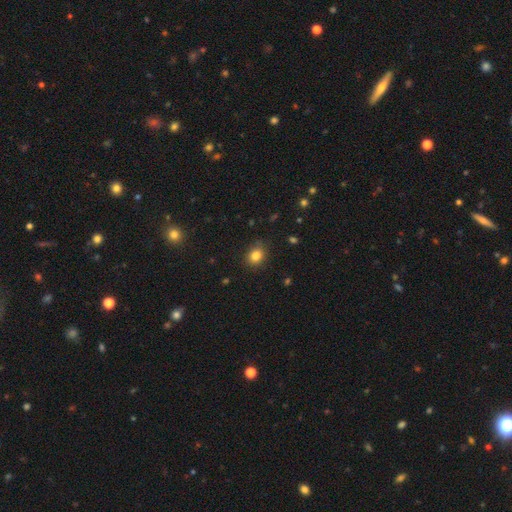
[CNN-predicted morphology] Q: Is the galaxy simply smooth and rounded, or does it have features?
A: smooth — 83%.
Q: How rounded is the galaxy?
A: round — 57%.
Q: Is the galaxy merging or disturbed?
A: none — 83%.